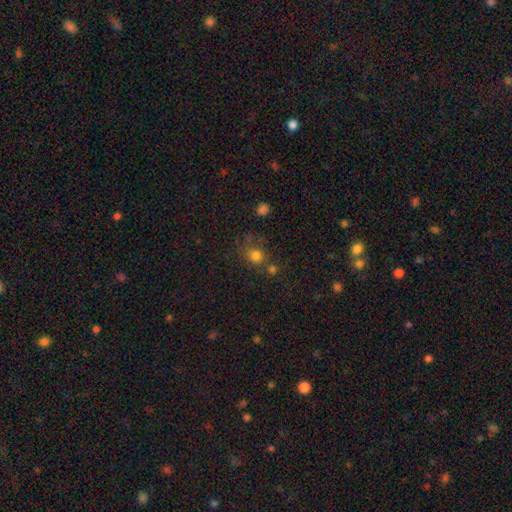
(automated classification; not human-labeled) smooth 76%, star or artifact 16%, featured or disk 7%. Down the decision tree: how rounded — round (86%); merging — none (62%).